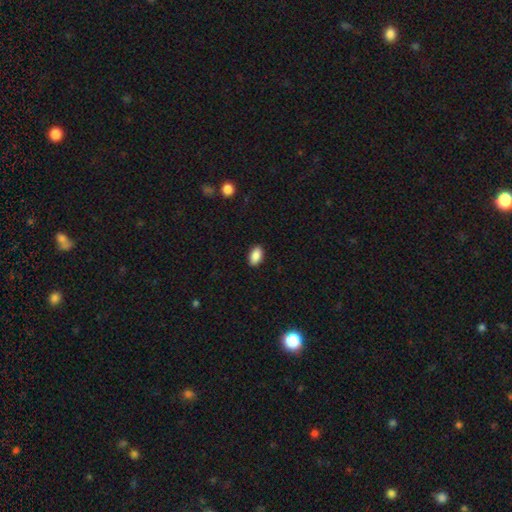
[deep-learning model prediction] The model was most divided on "smooth or featured": smooth: 88%, star or artifact: 7%, featured or disk: 4%. More confident: how rounded — in between (92%); merging — none (90%).